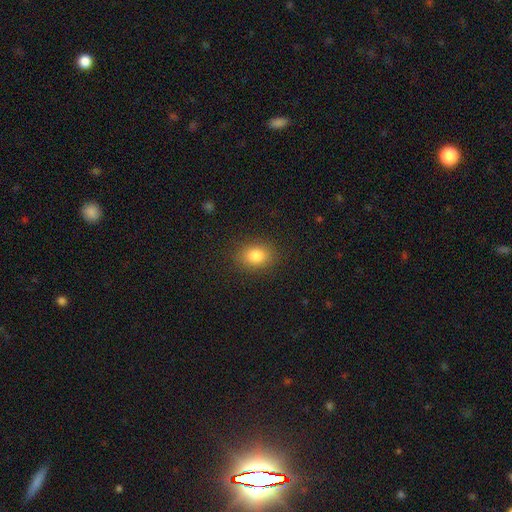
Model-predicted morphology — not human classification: Smooth or featured?
  - smooth: 83% *
  - star or artifact: 10%
  - featured or disk: 7%
How rounded?
  - in between: 67% *
  - round: 32%
  - cigar-shaped: 1%
Merging?
  - none: 87% *
  - minor disturbance: 9%
  - major disturbance: 3%
  - merger: 1%